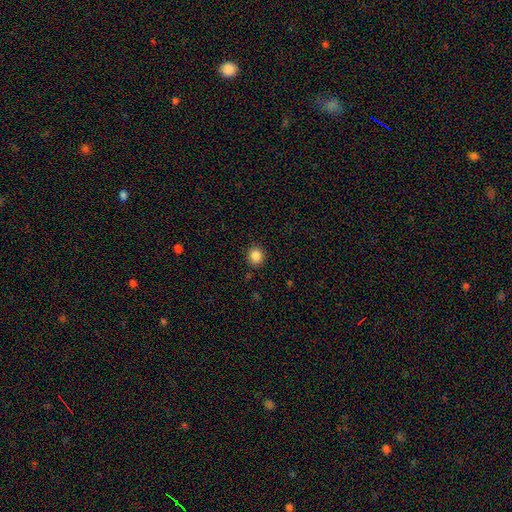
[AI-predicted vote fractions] A smooth galaxy with no disk features (86%) that is round (82%).

Vote fractions:
- Smooth or featured? smooth: 86% / star or artifact: 10% / featured or disk: 3%
- How rounded? round: 82% / in between: 17% / cigar-shaped: 1%
- Merging? none: 89% / minor disturbance: 7% / major disturbance: 2% / merger: 1%